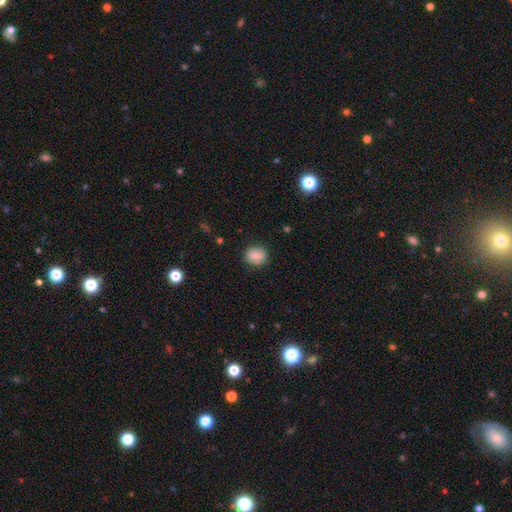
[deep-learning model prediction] A smooth galaxy with no disk features (81%) that is round (61%). Merging: none (84%).